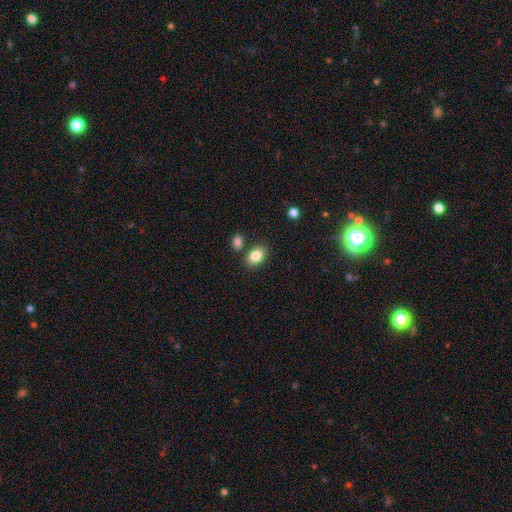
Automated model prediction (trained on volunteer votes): Smooth or featured? smooth (84%)
How rounded? in between (85%)
Merging? none (79%)